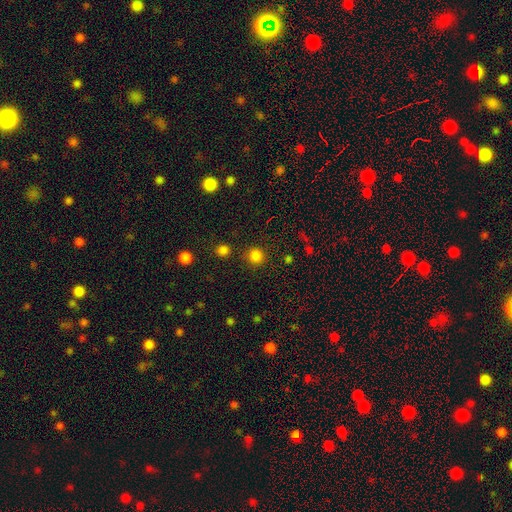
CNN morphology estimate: Smooth or featured? smooth (83%)
How rounded? round (93%)
Merging? none (88%)